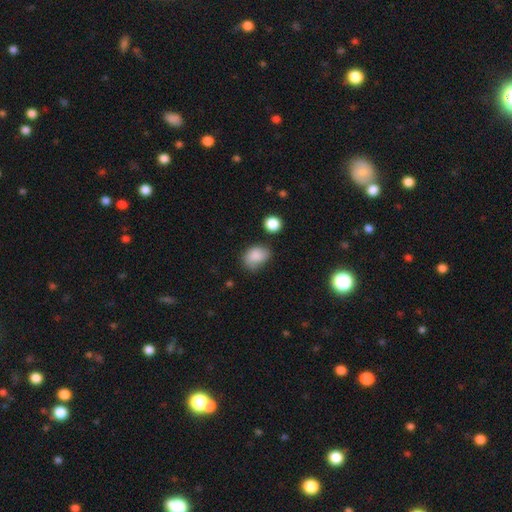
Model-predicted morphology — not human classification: Smooth or featured: smooth — 83% (star or artifact — 9%)
How rounded: in between — 67% (round — 32%)
Merging: none — 55% (minor disturbance — 32%)